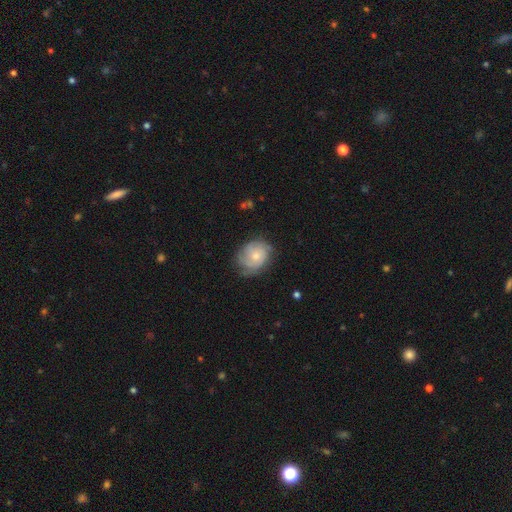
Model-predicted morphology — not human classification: smooth_or_featured: featured or disk (p=0.50) [alt: smooth p=0.43]
disk_edge_on: no (p=0.97) [alt: yes p=0.03]
merging: none (p=0.63) [alt: minor disturbance p=0.26]